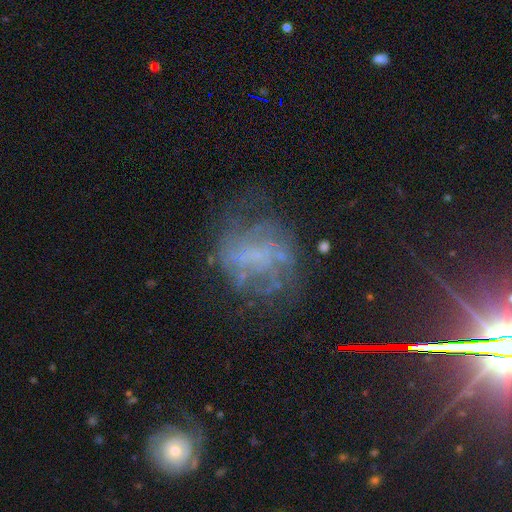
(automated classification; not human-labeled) A featured or disk galaxy (63%) with no bar (67%), spiral arms (60%) and no central bulge (69%). Merging: none (53%).